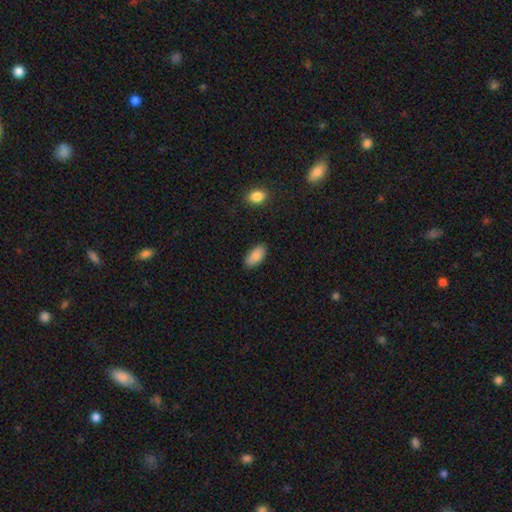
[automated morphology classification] smooth-or-featured: smooth: 87% | star or artifact: 7% | featured or disk: 6%
  how-rounded: in between: 92% | cigar-shaped: 6% | round: 2%
  merging: none: 85% | minor disturbance: 12% | major disturbance: 2% | merger: 1%